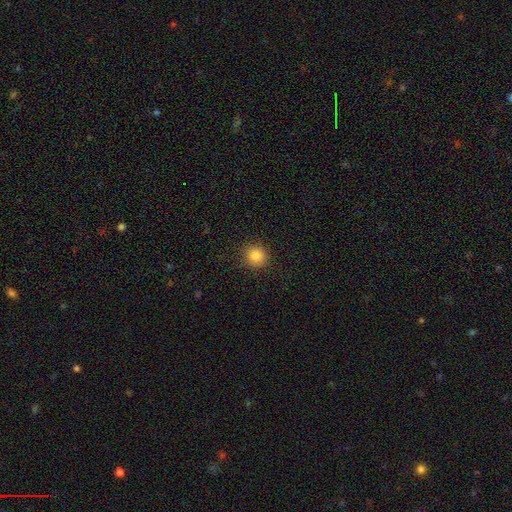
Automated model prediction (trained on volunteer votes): smooth_or_featured: smooth (p=0.84) [alt: star or artifact p=0.11]
how_rounded: round (p=0.91) [alt: in between p=0.08]
merging: none (p=0.91) [alt: minor disturbance p=0.06]